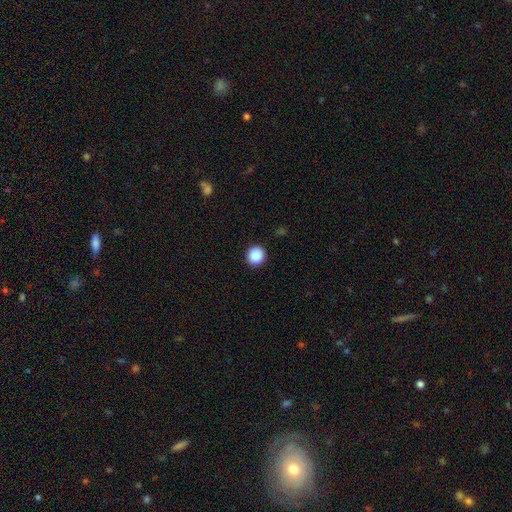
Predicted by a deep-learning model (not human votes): Smooth or featured: smooth — 88% (star or artifact — 9%)
How rounded: round — 92% (in between — 7%)
Merging: none — 92% (minor disturbance — 5%)